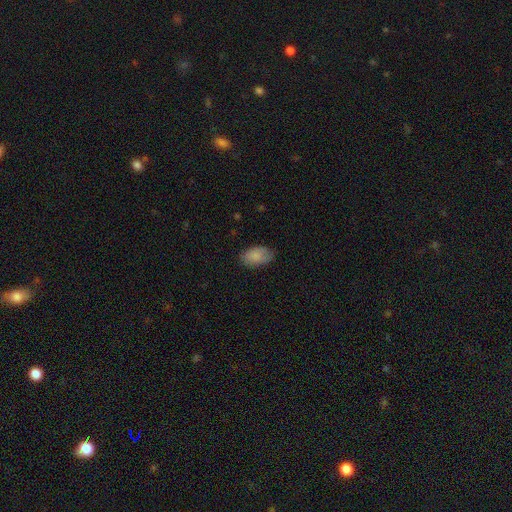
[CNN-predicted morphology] Smooth or featured? smooth (86%)
How rounded? in between (93%)
Merging? none (77%)